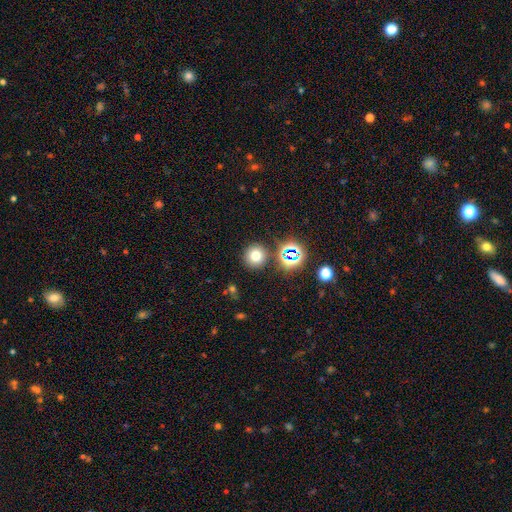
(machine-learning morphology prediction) Overall: smooth (70%). How rounded: round (93%). Merging: none (85%).